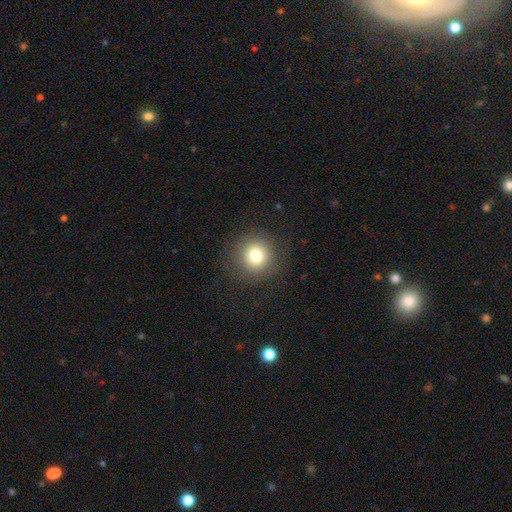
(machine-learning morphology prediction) Smooth or featured?
  - smooth: 78% *
  - star or artifact: 12%
  - featured or disk: 9%
How rounded?
  - round: 95% *
  - in between: 5%
  - cigar-shaped: 1%
Merging?
  - none: 89% *
  - minor disturbance: 6%
  - major disturbance: 3%
  - merger: 1%